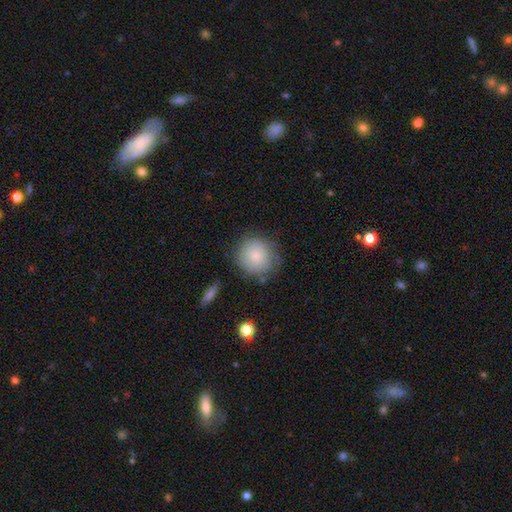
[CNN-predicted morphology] smooth-or-featured: smooth: 82% | featured or disk: 11% | star or artifact: 8%
  how-rounded: round: 91% | in between: 8% | cigar-shaped: 1%
  merging: none: 75% | minor disturbance: 17% | major disturbance: 6% | merger: 3%